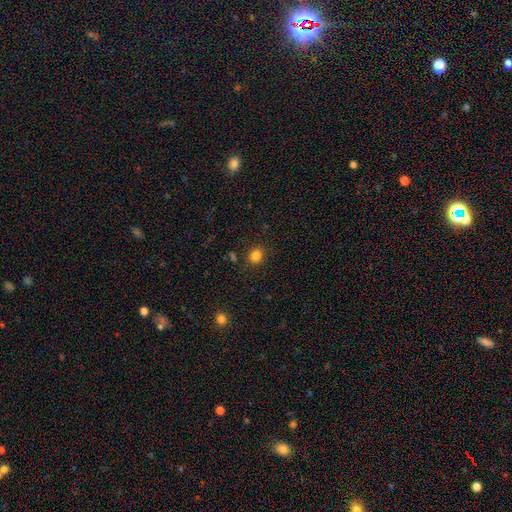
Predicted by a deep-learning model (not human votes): A smooth galaxy with no disk features (83%) that is round (78%).

Vote fractions:
- Smooth or featured? smooth: 83% / star or artifact: 13% / featured or disk: 4%
- How rounded? round: 78% / in between: 21% / cigar-shaped: 1%
- Merging? none: 87% / minor disturbance: 8% / major disturbance: 3% / merger: 2%